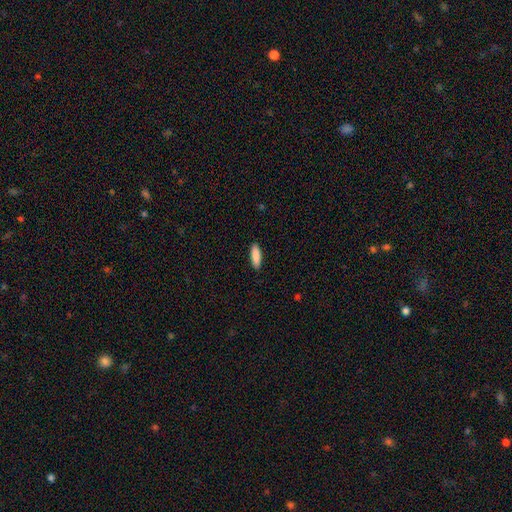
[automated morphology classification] The model was most divided on "how rounded": cigar-shaped: 53%, in between: 45%, round: 1%. More confident: merging — none (90%); smooth or featured — smooth (89%).